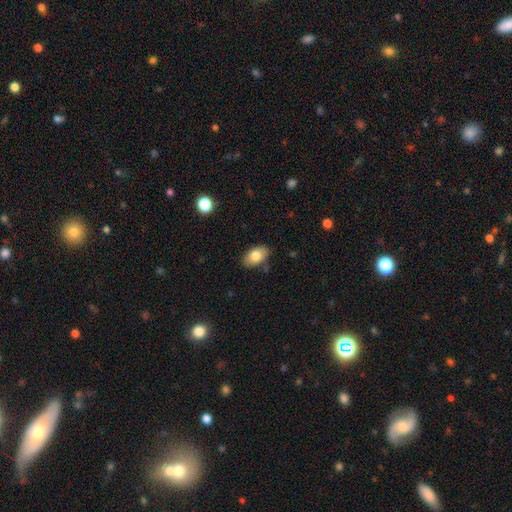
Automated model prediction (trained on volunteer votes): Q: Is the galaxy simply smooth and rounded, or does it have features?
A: smooth — 80%.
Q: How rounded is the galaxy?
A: in between — 91%.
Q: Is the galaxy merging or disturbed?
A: none — 81%.